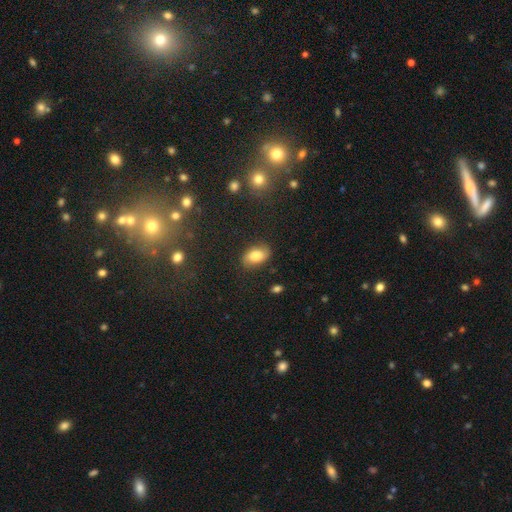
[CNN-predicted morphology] smooth_or_featured: smooth (p=0.72) [alt: featured or disk p=0.19]
how_rounded: in between (p=0.89) [alt: round p=0.09]
merging: none (p=0.78) [alt: minor disturbance p=0.15]